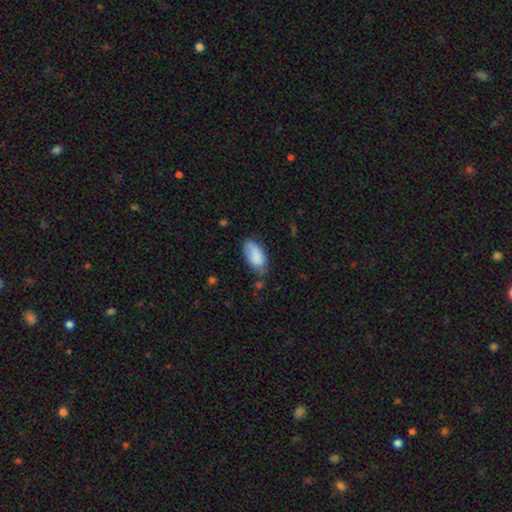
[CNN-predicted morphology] This appears to be a smooth galaxy with no disk features (83%) that is in between round and cigar-shaped (94%). Merging: none (60%).